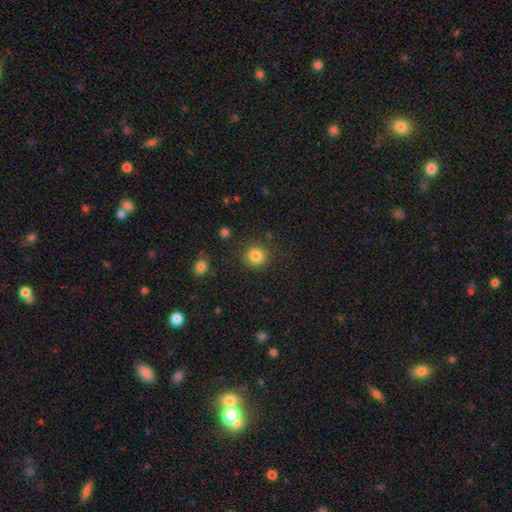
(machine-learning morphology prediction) Smooth or featured?
  - smooth: 84% *
  - star or artifact: 11%
  - featured or disk: 5%
How rounded?
  - round: 90% *
  - in between: 9%
  - cigar-shaped: 1%
Merging?
  - none: 88% *
  - minor disturbance: 7%
  - major disturbance: 3%
  - merger: 2%